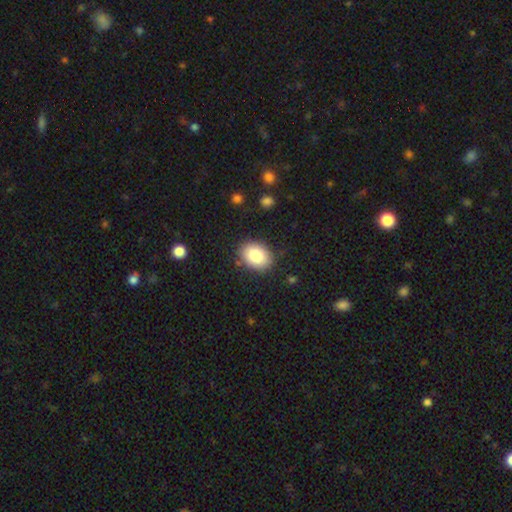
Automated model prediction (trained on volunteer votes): smooth-or-featured: smooth: 87% | star or artifact: 7% | featured or disk: 6%
  how-rounded: in between: 75% | round: 24% | cigar-shaped: 1%
  merging: none: 86% | minor disturbance: 10% | major disturbance: 3% | merger: 1%